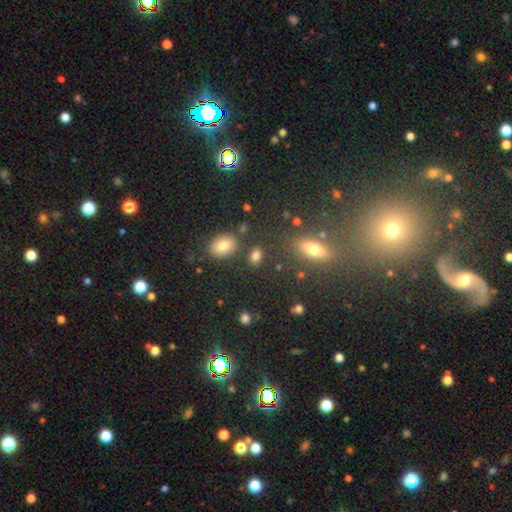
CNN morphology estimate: Q: Smooth or featured?
A: smooth (80%); runner-up: star or artifact (13%)
Q: How rounded?
A: in between (78%); runner-up: round (19%)
Q: Merging?
A: none (79%); runner-up: minor disturbance (10%)